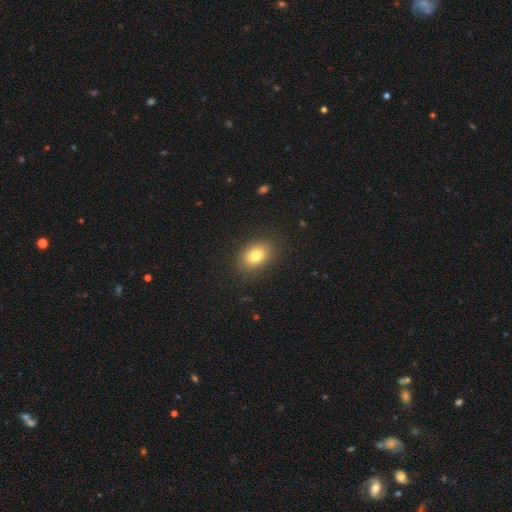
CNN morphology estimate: Smooth or featured?
  - smooth: 80% *
  - featured or disk: 10%
  - star or artifact: 10%
How rounded?
  - in between: 73% *
  - round: 25%
  - cigar-shaped: 1%
Merging?
  - none: 86% *
  - minor disturbance: 10%
  - major disturbance: 3%
  - merger: 1%